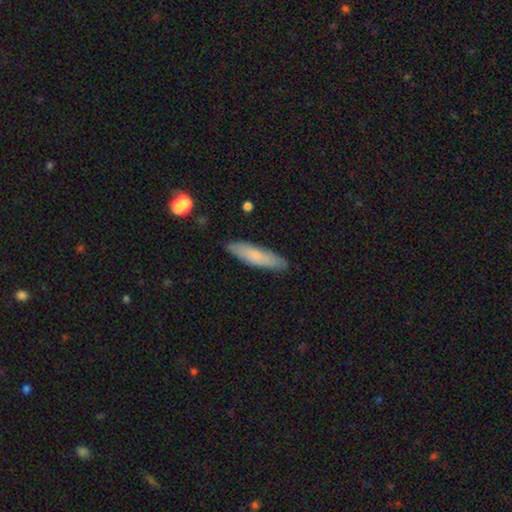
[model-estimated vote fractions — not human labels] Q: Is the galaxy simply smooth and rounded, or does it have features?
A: smooth — 75%.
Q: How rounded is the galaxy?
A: cigar-shaped — 75%.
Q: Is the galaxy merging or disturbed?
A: none — 86%.